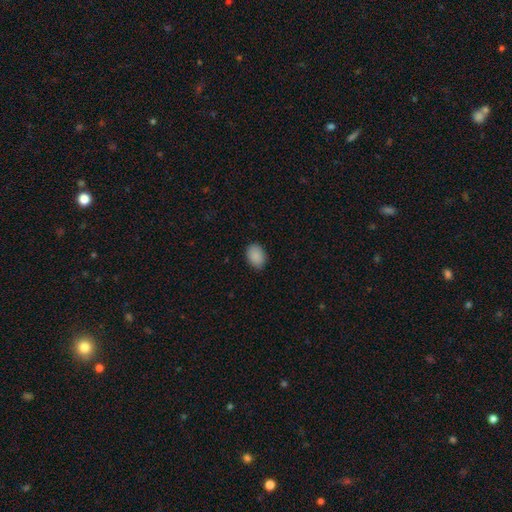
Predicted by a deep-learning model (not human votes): smooth 90%, star or artifact 7%, featured or disk 3%. Down the decision tree: how rounded — in between (80%); merging — none (87%).